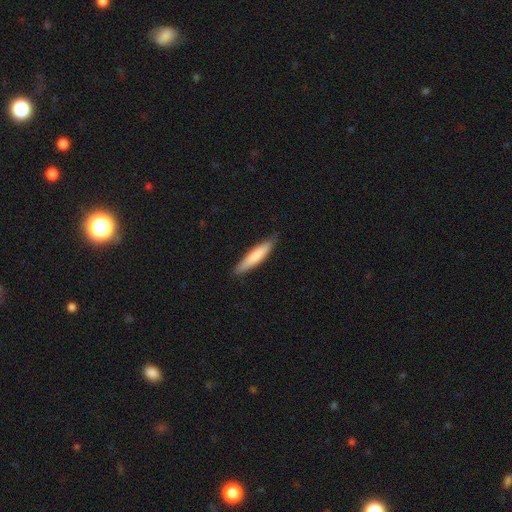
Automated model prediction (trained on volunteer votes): The model was most divided on "smooth or featured": smooth: 76%, featured or disk: 19%, star or artifact: 5%. More confident: how rounded — cigar-shaped (87%); merging — none (86%).